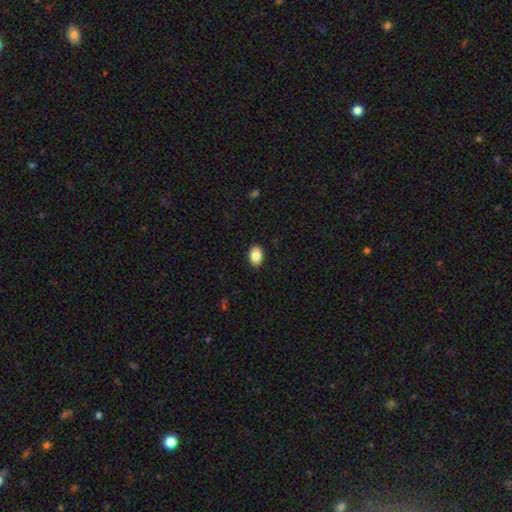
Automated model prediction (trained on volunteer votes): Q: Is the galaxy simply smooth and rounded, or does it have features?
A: smooth — 86%.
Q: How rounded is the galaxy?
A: in between — 80%.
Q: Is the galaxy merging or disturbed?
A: none — 89%.